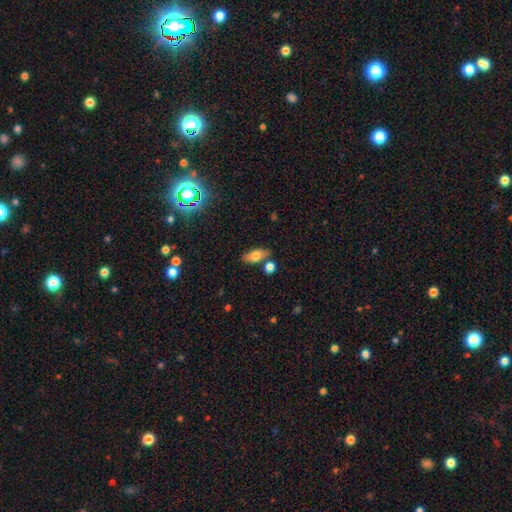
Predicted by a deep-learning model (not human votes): The model was most divided on "smooth or featured": smooth: 72%, featured or disk: 19%, star or artifact: 9%. More confident: how rounded — in between (87%); merging — none (71%).